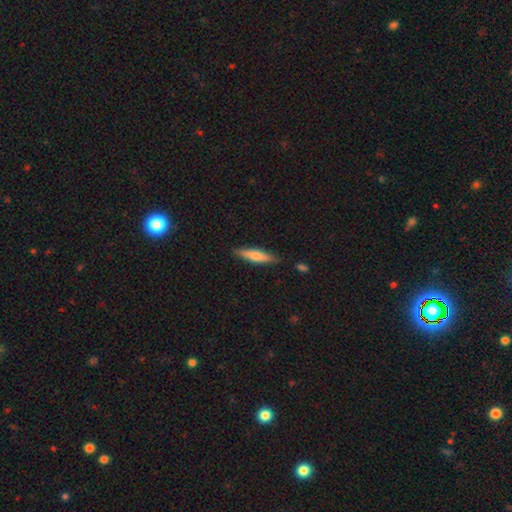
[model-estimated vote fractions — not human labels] A smooth galaxy with no disk features (60%) that is cigar-shaped (78%). Merging: none (86%).